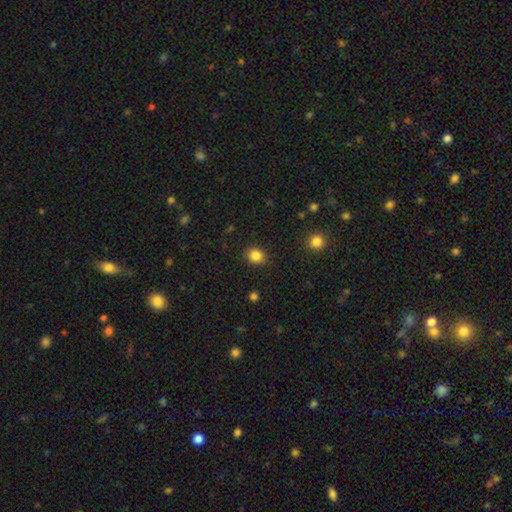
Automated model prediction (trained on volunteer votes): Smooth or featured?
  - smooth: 85% *
  - star or artifact: 11%
  - featured or disk: 4%
How rounded?
  - round: 61% *
  - in between: 38%
  - cigar-shaped: 1%
Merging?
  - none: 89% *
  - minor disturbance: 8%
  - major disturbance: 2%
  - merger: 1%